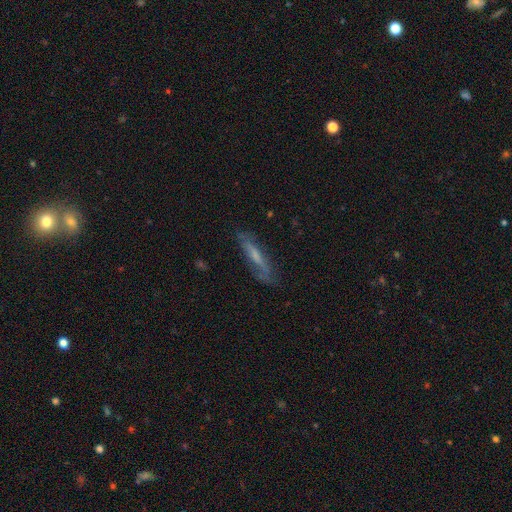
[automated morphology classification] Overall: featured or disk (53%; smooth 39%). Edge-on disk: yes (64%; no 36%). Merging: none (73%).